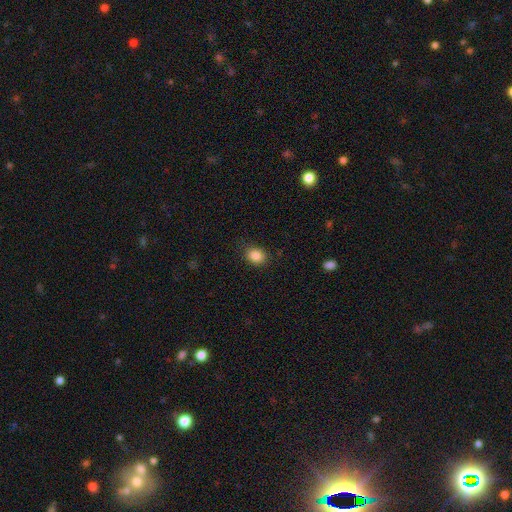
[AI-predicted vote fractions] smooth-or-featured: smooth: 87% | star or artifact: 10% | featured or disk: 4%
  how-rounded: round: 53% | in between: 46% | cigar-shaped: 1%
  merging: none: 84% | minor disturbance: 12% | major disturbance: 3% | merger: 1%